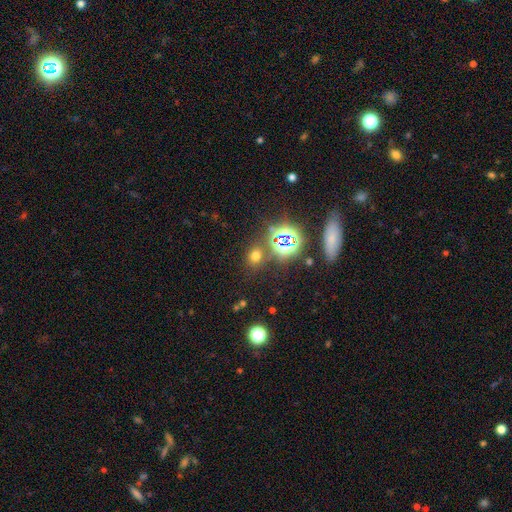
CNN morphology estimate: This is possibly a smooth galaxy (55%). How rounded: likely round (61%). Merging: likely none (79%).